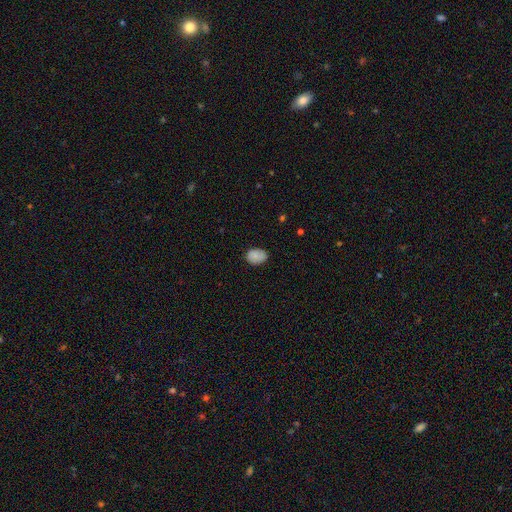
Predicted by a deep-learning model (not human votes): Smooth or featured?
  - smooth: 79% *
  - featured or disk: 13%
  - star or artifact: 8%
How rounded?
  - in between: 75% *
  - round: 24%
  - cigar-shaped: 1%
Merging?
  - none: 77% *
  - minor disturbance: 19%
  - major disturbance: 3%
  - merger: 1%